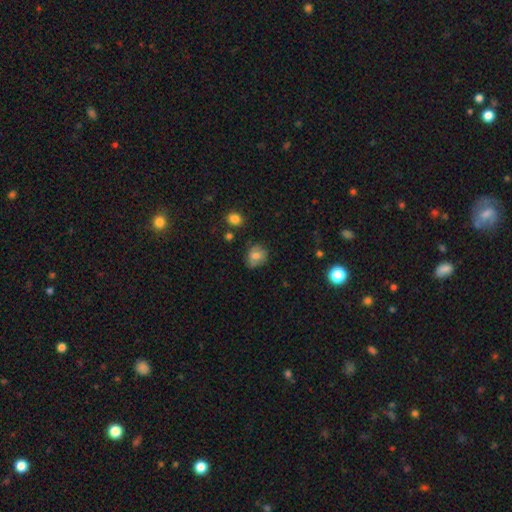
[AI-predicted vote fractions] smooth_or_featured: smooth (p=0.72) [alt: featured or disk p=0.17]
how_rounded: round (p=0.65) [alt: in between p=0.34]
merging: none (p=0.65) [alt: minor disturbance p=0.26]